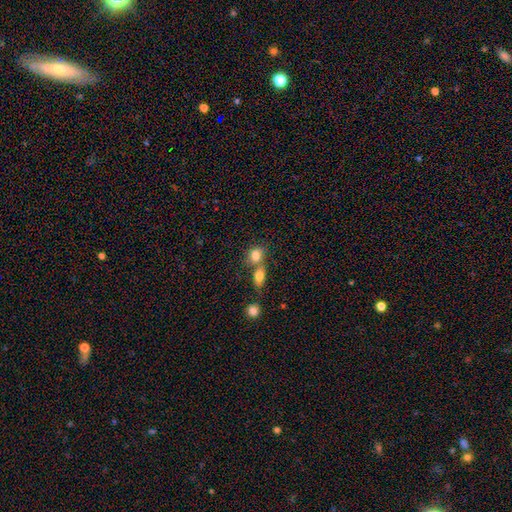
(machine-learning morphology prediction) Smooth or featured: smooth — 81% (star or artifact — 10%)
How rounded: in between — 53% (round — 45%)
Merging: merger — 51% (none — 37%)